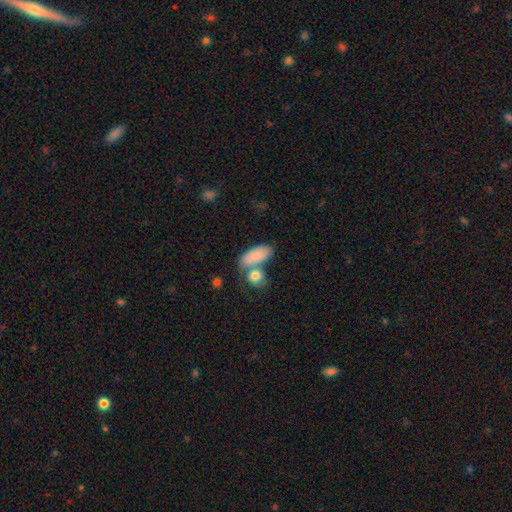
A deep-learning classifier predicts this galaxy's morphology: This appears to be a smooth galaxy with no disk features (83%) that is in between round and cigar-shaped (86%). Merging: none (42%).